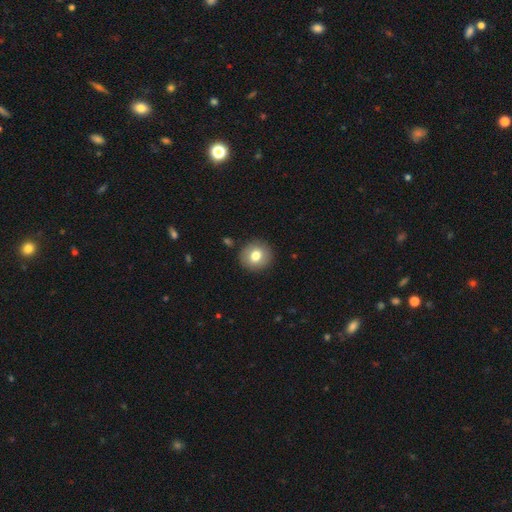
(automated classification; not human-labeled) A smooth galaxy with no disk features (76%) that is round (89%).

Vote fractions:
- Smooth or featured? smooth: 76% / featured or disk: 15% / star or artifact: 9%
- How rounded? round: 89% / in between: 10% / cigar-shaped: 1%
- Merging? none: 90% / minor disturbance: 6% / major disturbance: 2% / merger: 1%